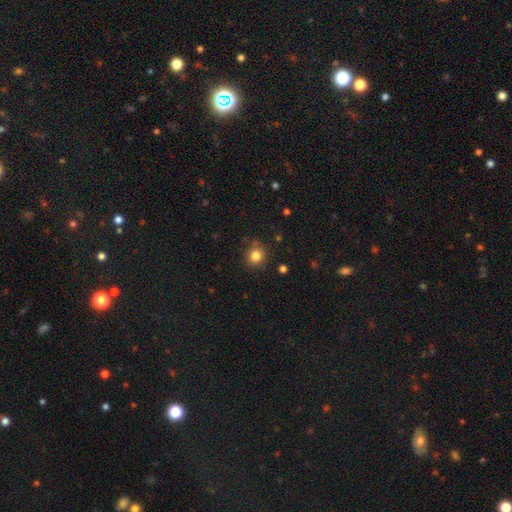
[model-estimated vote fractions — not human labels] Q: Smooth or featured?
A: smooth (83%); runner-up: star or artifact (12%)
Q: How rounded?
A: round (87%); runner-up: in between (12%)
Q: Merging?
A: none (84%); runner-up: minor disturbance (11%)